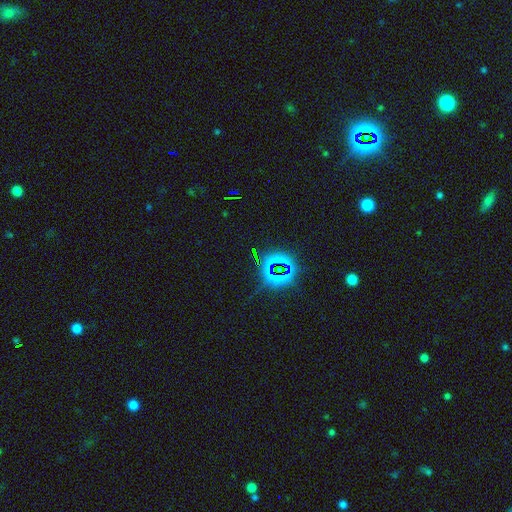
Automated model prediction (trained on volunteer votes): Smooth or featured: star or artifact — 76% (smooth — 15%)